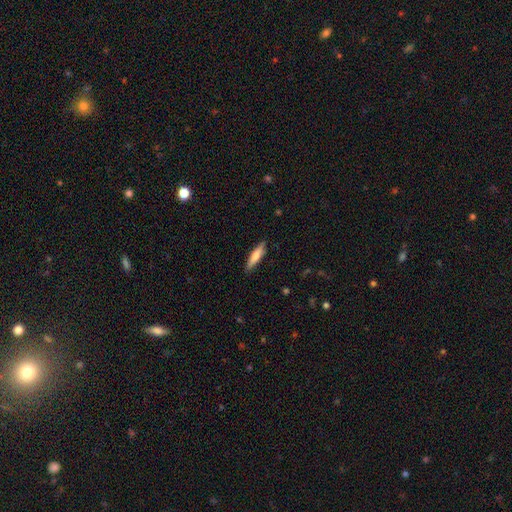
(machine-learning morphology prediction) Smooth or featured? Predicted: smooth (p=0.71). How rounded? Predicted: cigar-shaped (p=0.78). Merging? Predicted: none (p=0.85).